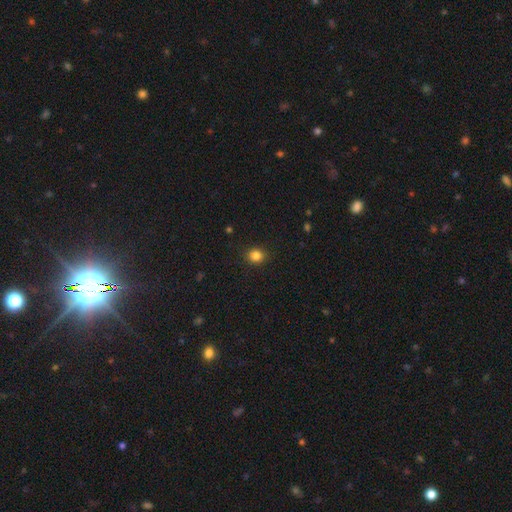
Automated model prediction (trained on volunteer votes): Morphology: type=smooth (85%); roundness=round (77%); merging=none (89%).